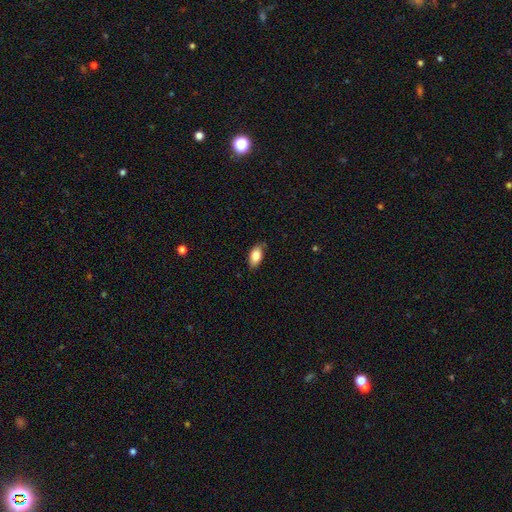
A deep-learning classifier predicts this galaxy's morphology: Q: Smooth or featured?
A: smooth (83%); runner-up: featured or disk (10%)
Q: How rounded?
A: in between (92%); runner-up: round (4%)
Q: Merging?
A: none (80%); runner-up: minor disturbance (16%)